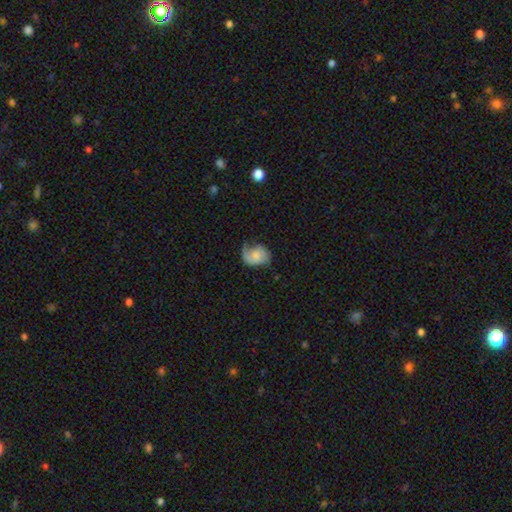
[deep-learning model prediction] Q: Smooth or featured?
A: featured or disk (53%); runner-up: smooth (39%)
Q: Edge-on disk?
A: no (97%); runner-up: yes (3%)
Q: Bar?
A: no (71%); runner-up: weak (26%)
Q: Spiral arms?
A: yes (90%); runner-up: no (10%)
Q: Bulge size?
A: small (41%); runner-up: moderate (29%)
Q: Merging?
A: none (49%); runner-up: minor disturbance (31%)